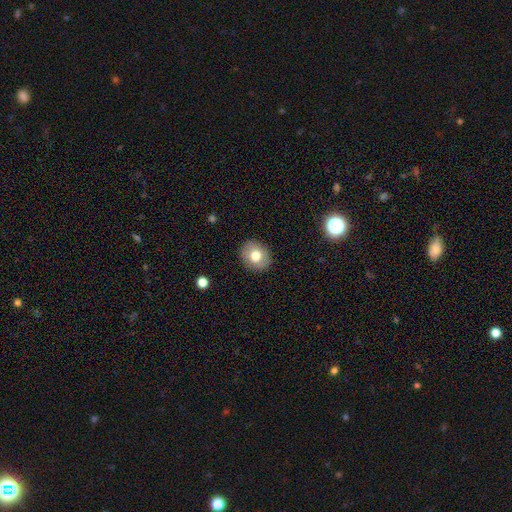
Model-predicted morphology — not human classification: smooth 72%, featured or disk 19%, star or artifact 9%. Down the decision tree: how rounded — round (67%); merging — none (87%).